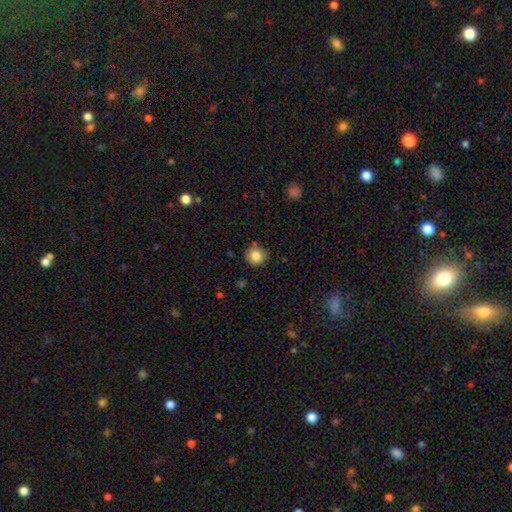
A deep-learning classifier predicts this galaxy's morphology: Smooth or featured? Predicted: smooth (p=0.83). How rounded? Predicted: round (p=0.88). Merging? Predicted: none (p=0.80).